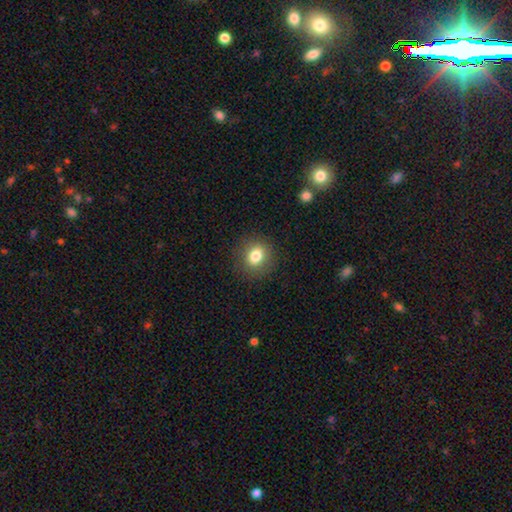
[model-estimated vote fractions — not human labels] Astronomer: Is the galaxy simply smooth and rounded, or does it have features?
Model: smooth — 81%.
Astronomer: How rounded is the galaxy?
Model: round — 66%.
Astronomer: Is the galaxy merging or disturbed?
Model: none — 88%.